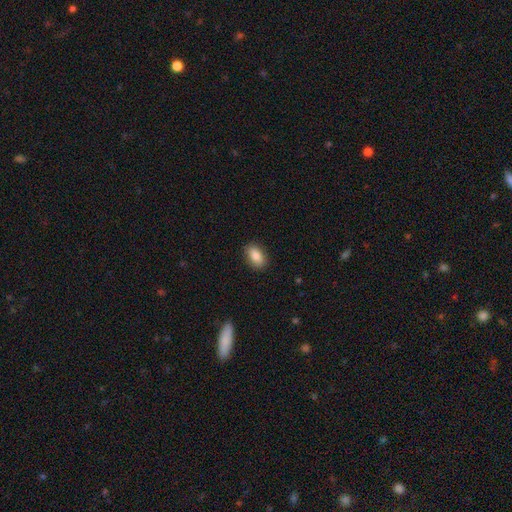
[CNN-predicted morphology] Smooth or featured? Predicted: smooth (p=0.86). How rounded? Predicted: in between (p=0.90). Merging? Predicted: none (p=0.88).